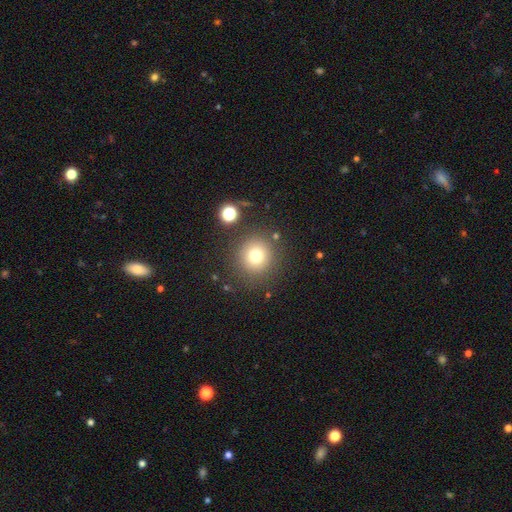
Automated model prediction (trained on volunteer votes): A smooth galaxy with no disk features (75%) that is round (94%). Merging: none (85%).